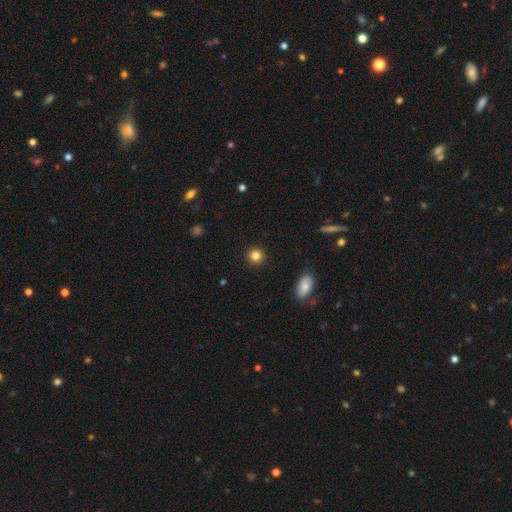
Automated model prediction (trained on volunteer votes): A smooth galaxy with no disk features (85%) that is round (92%).

Vote fractions:
- Smooth or featured? smooth: 85% / star or artifact: 11% / featured or disk: 5%
- How rounded? round: 92% / in between: 7% / cigar-shaped: 1%
- Merging? none: 92% / minor disturbance: 5% / major disturbance: 2% / merger: 1%